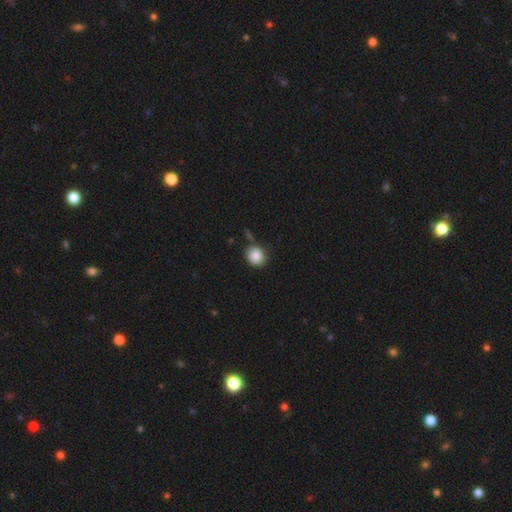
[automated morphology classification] This is clearly a smooth galaxy (86%). How rounded: clearly round (84%). Merging: likely none (70%).